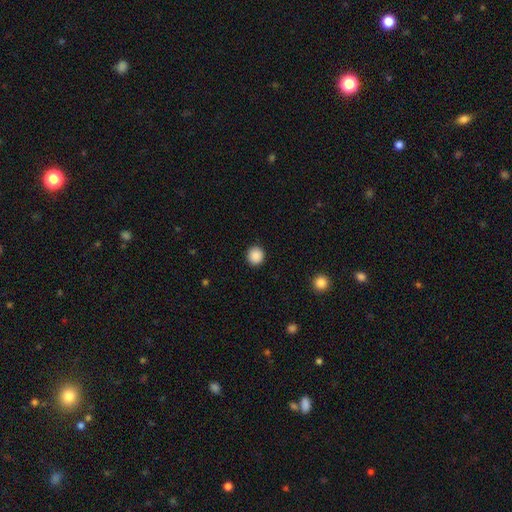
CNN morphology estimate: smooth 89%, star or artifact 9%, featured or disk 3%. Down the decision tree: how rounded — round (93%); merging — none (92%).